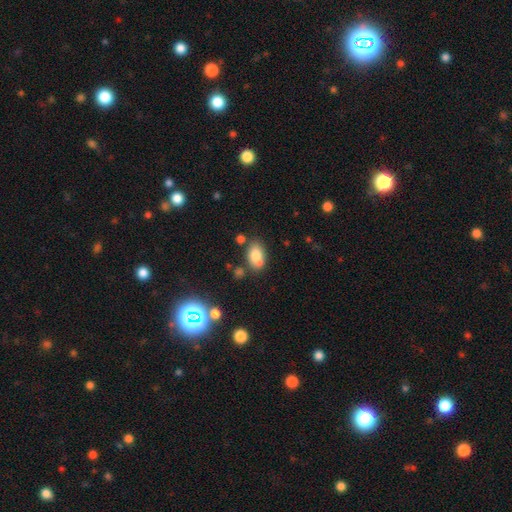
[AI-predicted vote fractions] A smooth galaxy with no disk features (77%) that is in between round and cigar-shaped (88%).

Vote fractions:
- Smooth or featured? smooth: 77% / featured or disk: 13% / star or artifact: 10%
- How rounded? in between: 88% / round: 10% / cigar-shaped: 2%
- Merging? none: 63% / minor disturbance: 18% / merger: 14% / major disturbance: 5%